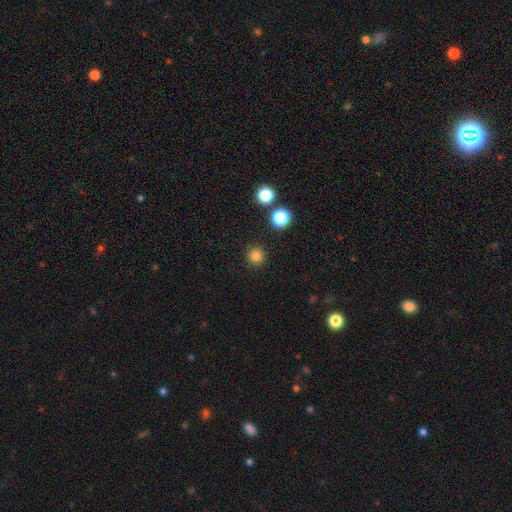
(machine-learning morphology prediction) smooth_or_featured: smooth (p=0.82) [alt: star or artifact p=0.14]
how_rounded: round (p=0.94) [alt: in between p=0.05]
merging: none (p=0.91) [alt: minor disturbance p=0.05]